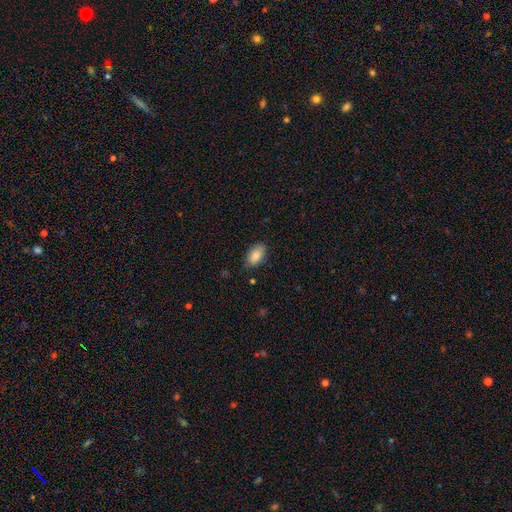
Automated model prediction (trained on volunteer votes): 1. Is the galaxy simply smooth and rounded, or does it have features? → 87% smooth, 7% star or artifact, 6% featured or disk.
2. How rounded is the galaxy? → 93% in between, 5% round, 2% cigar-shaped.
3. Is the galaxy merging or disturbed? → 82% none, 14% minor disturbance, 3% major disturbance, 1% merger.